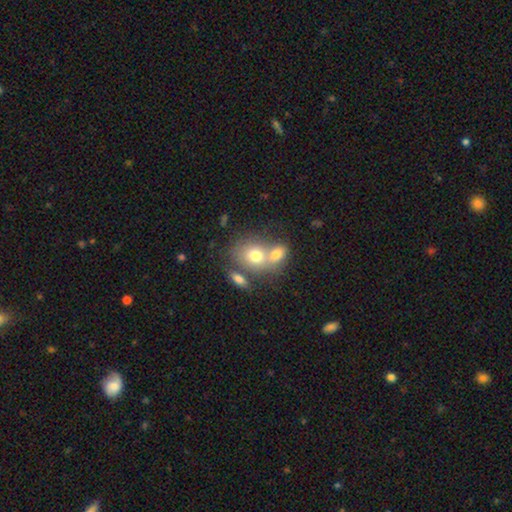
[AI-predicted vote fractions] smooth 72%, featured or disk 18%, star or artifact 10%. Down the decision tree: how rounded — round (52%); merging — merger (58%).